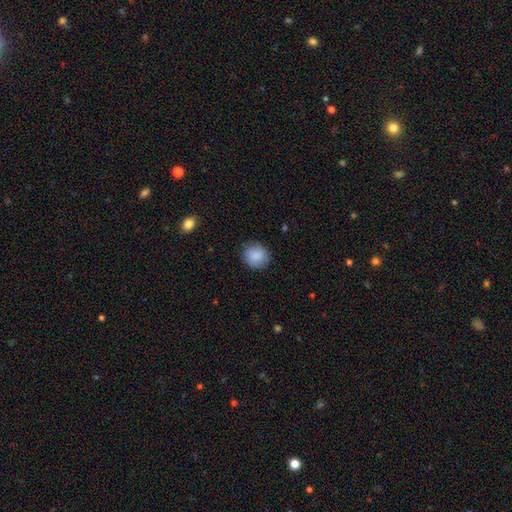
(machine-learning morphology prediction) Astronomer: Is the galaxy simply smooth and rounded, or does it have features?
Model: smooth — 86%.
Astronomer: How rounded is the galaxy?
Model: round — 88%.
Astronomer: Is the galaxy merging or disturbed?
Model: none — 85%.